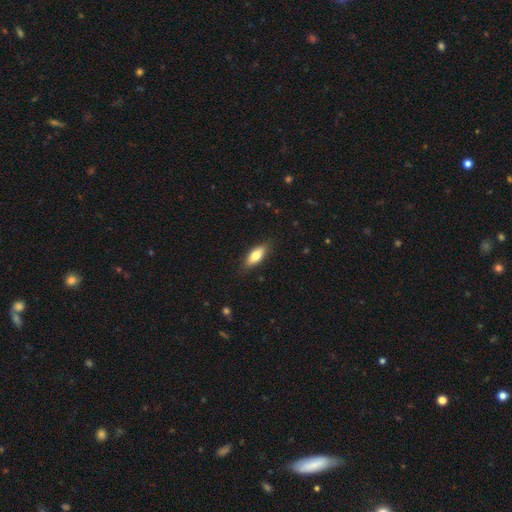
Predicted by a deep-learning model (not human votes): Smooth or featured?
  - smooth: 74% *
  - featured or disk: 20%
  - star or artifact: 6%
How rounded?
  - in between: 75% *
  - cigar-shaped: 22%
  - round: 3%
Merging?
  - none: 85% *
  - minor disturbance: 11%
  - major disturbance: 2%
  - merger: 1%